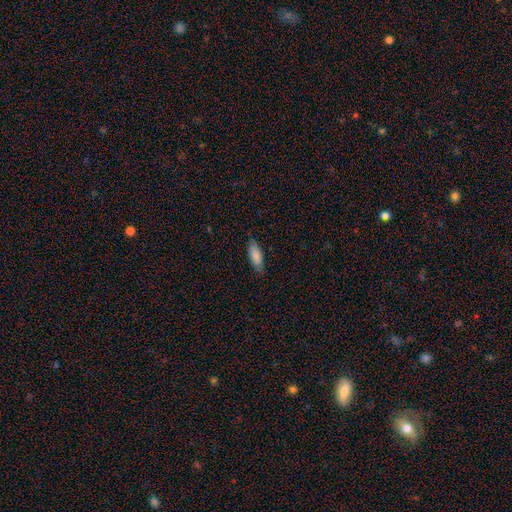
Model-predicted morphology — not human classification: This appears to be a smooth galaxy with no disk features (83%) that is in between round and cigar-shaped (65%). Merging: none (81%).